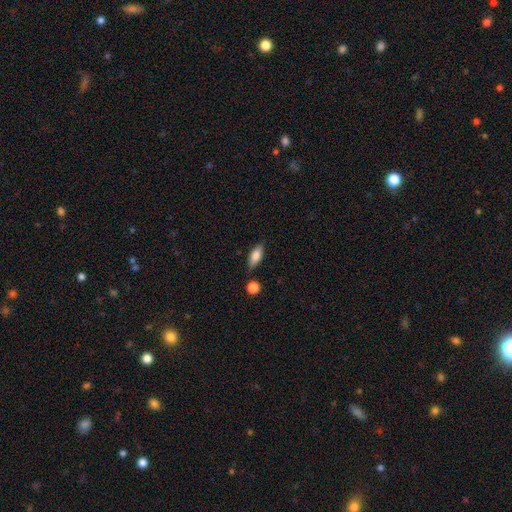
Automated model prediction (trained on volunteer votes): Smooth or featured?
  - smooth: 81% *
  - featured or disk: 12%
  - star or artifact: 7%
How rounded?
  - in between: 79% *
  - cigar-shaped: 18%
  - round: 3%
Merging?
  - none: 79% *
  - minor disturbance: 14%
  - merger: 4%
  - major disturbance: 3%